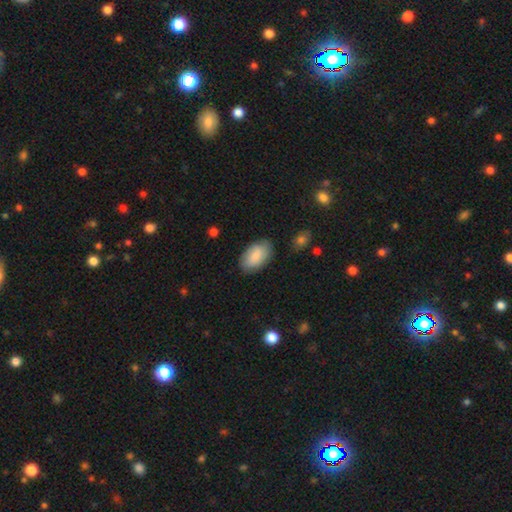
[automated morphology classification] A smooth galaxy with no disk features (85%) that is in between round and cigar-shaped (94%). Merging: none (82%).